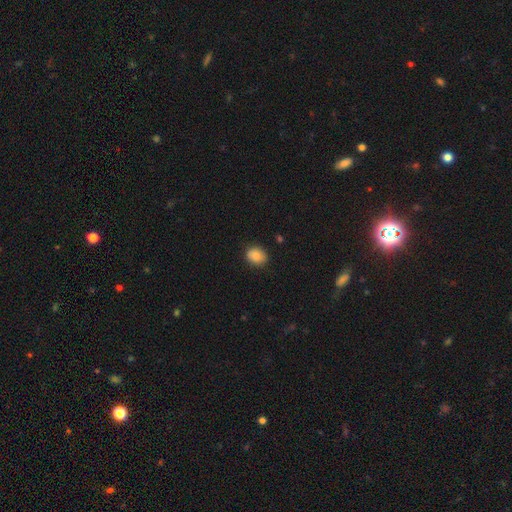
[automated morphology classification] Smooth or featured?
  - smooth: 86% *
  - star or artifact: 9%
  - featured or disk: 5%
How rounded?
  - round: 54% *
  - in between: 45%
  - cigar-shaped: 1%
Merging?
  - none: 84% *
  - minor disturbance: 12%
  - major disturbance: 2%
  - merger: 1%